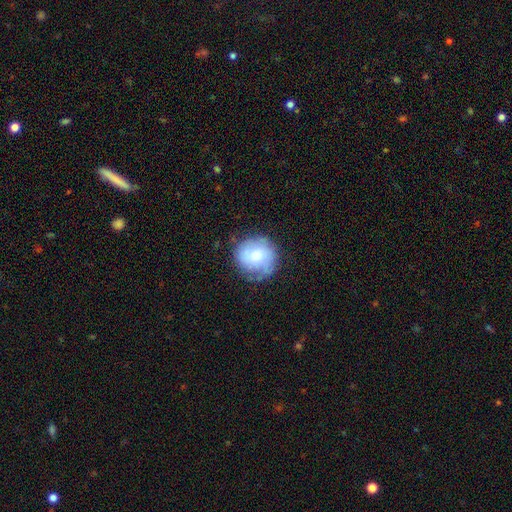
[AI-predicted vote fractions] The model was most divided on "smooth or featured": smooth: 58%, featured or disk: 34%, star or artifact: 8%. More confident: how rounded — round (90%); merging — none (69%).